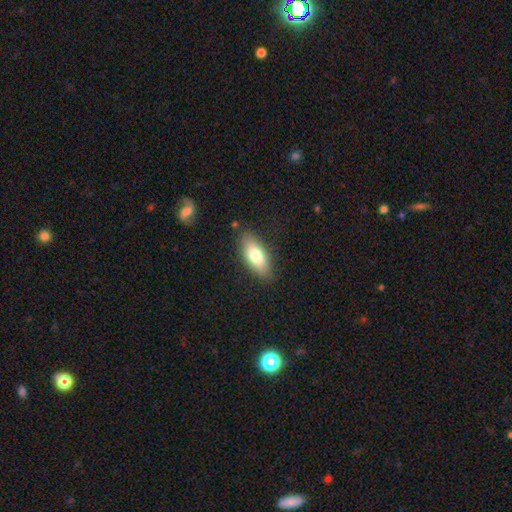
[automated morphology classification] The model was most divided on "smooth or featured": smooth: 75%, featured or disk: 18%, star or artifact: 7%. More confident: merging — none (84%); how rounded — in between (80%).